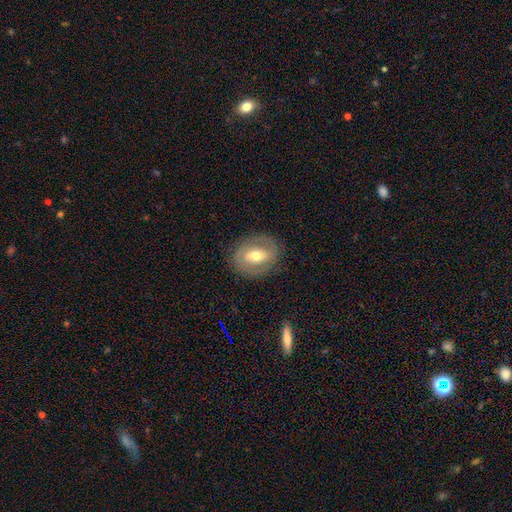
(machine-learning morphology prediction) This is possibly a featured or disk galaxy (54%). It is clearly not viewed edge-on (92%). Merging: clearly none (81%).